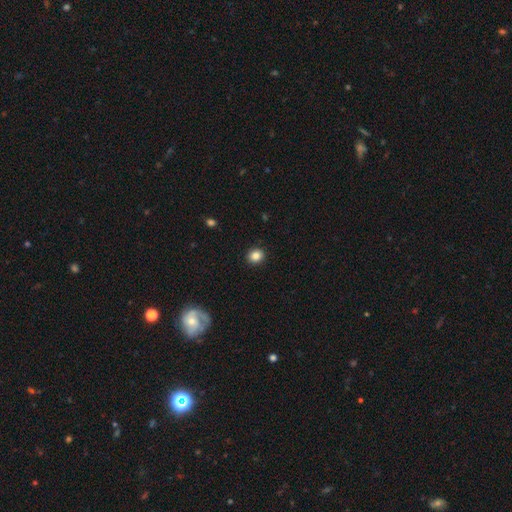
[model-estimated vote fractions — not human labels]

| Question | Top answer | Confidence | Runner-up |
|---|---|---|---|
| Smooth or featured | smooth | 85% | star or artifact (10%) |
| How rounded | round | 79% | in between (20%) |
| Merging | none | 91% | minor disturbance (6%) |